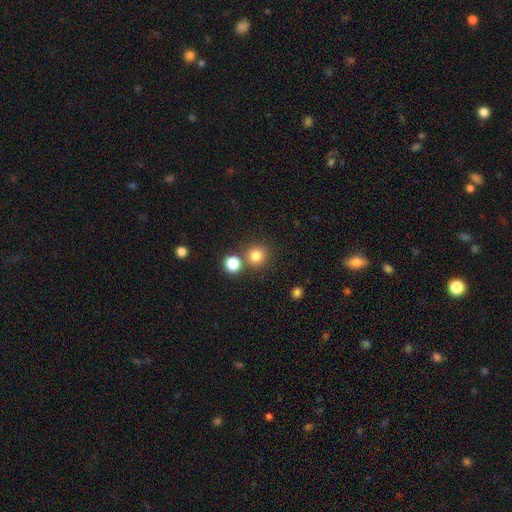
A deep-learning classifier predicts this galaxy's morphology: smooth 80%, star or artifact 14%, featured or disk 6%. Down the decision tree: how rounded — round (92%); merging — none (75%).